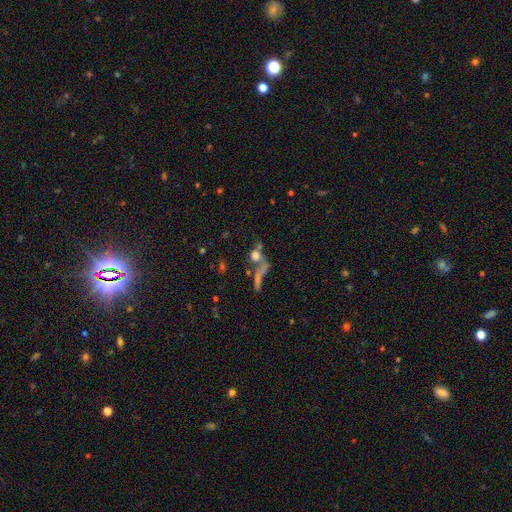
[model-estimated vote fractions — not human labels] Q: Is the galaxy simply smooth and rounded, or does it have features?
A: smooth — 61%.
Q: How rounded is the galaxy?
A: round — 69%.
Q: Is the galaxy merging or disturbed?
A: merger — 38%.